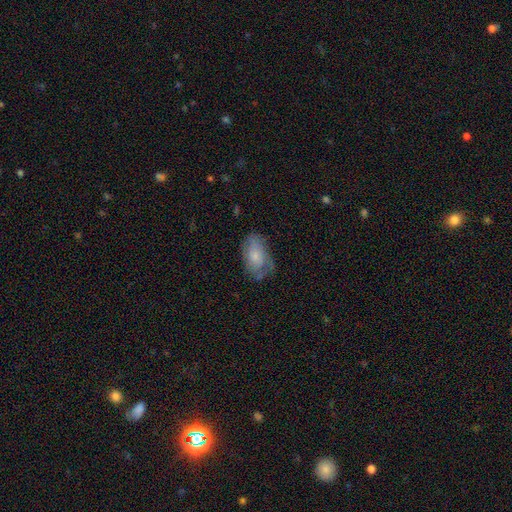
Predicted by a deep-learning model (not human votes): Smooth or featured: smooth — 65% (featured or disk — 28%)
How rounded: in between — 92% (round — 5%)
Merging: none — 56% (minor disturbance — 29%)